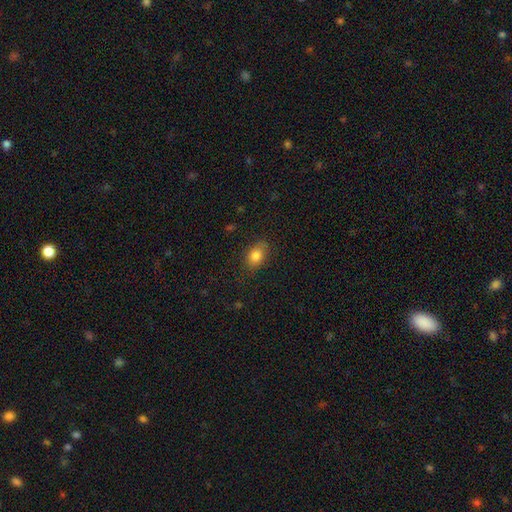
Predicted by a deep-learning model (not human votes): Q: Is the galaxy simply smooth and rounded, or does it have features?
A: smooth — 82%.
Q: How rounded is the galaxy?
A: in between — 72%.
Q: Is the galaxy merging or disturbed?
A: none — 80%.